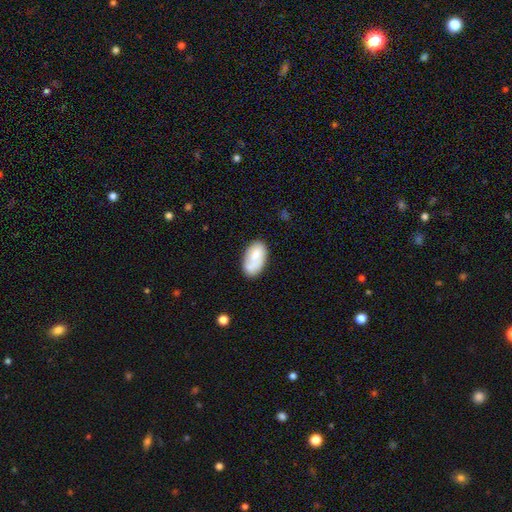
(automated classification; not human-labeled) smooth 68%, featured or disk 25%, star or artifact 7%. Down the decision tree: how rounded — in between (93%); merging — none (60%).